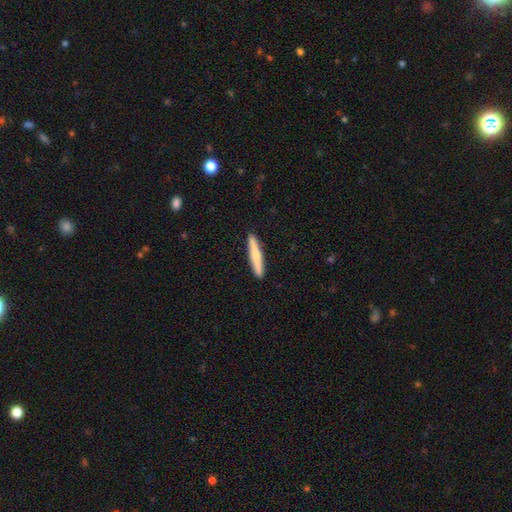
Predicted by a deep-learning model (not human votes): Smooth or featured: smooth — 68% (featured or disk — 27%)
How rounded: cigar-shaped — 93% (in between — 5%)
Merging: none — 91% (minor disturbance — 6%)